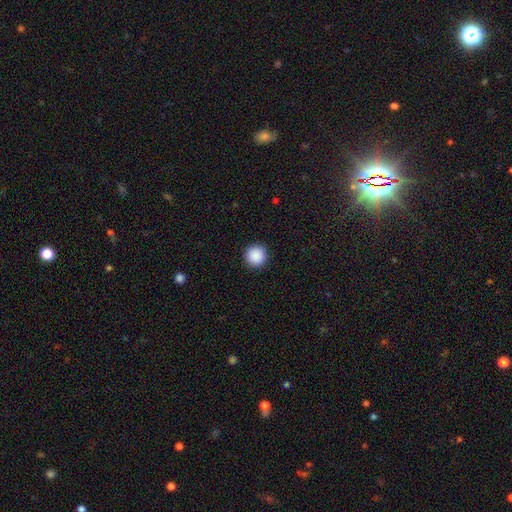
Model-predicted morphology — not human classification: smooth 89%, star or artifact 8%, featured or disk 2%. Down the decision tree: how rounded — round (96%); merging — none (93%).